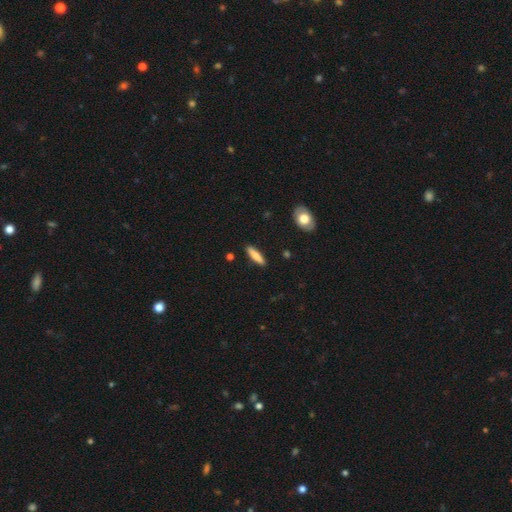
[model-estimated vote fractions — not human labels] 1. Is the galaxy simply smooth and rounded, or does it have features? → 78% smooth, 17% featured or disk, 6% star or artifact.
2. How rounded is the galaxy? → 80% cigar-shaped, 19% in between, 2% round.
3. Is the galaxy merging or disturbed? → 89% none, 7% minor disturbance, 2% major disturbance, 1% merger.